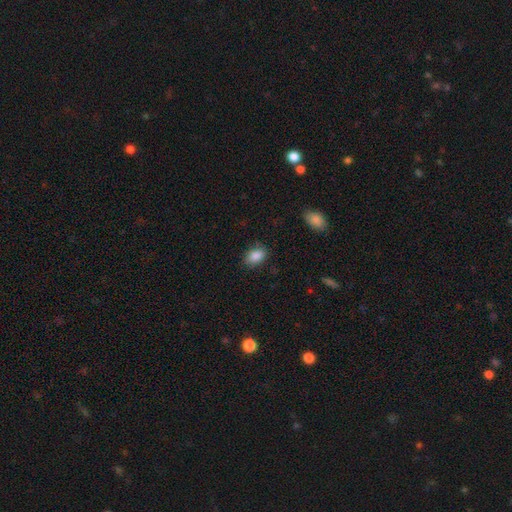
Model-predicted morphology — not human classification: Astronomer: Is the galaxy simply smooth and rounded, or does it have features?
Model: smooth — 88%.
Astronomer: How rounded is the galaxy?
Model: in between — 85%.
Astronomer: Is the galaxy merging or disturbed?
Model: none — 81%.